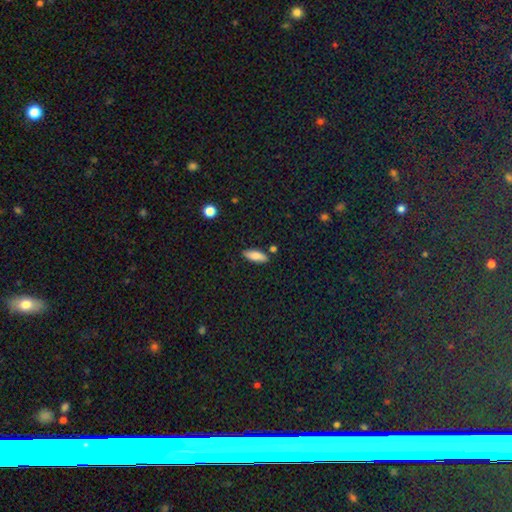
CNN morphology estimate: type=smooth (80%); roundness=in between (71%); merging=none (84%).